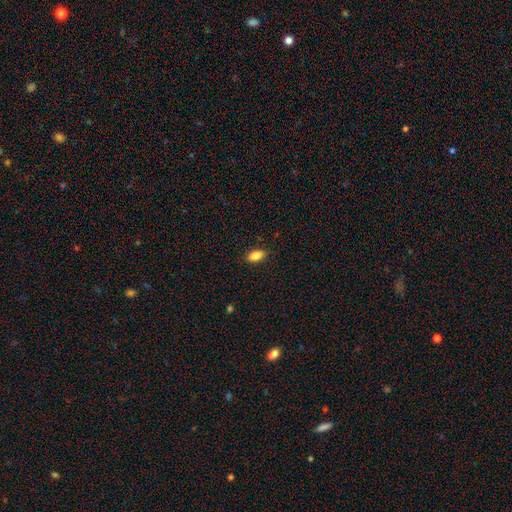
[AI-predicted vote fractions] Smooth or featured? smooth (88%)
How rounded? in between (91%)
Merging? none (87%)